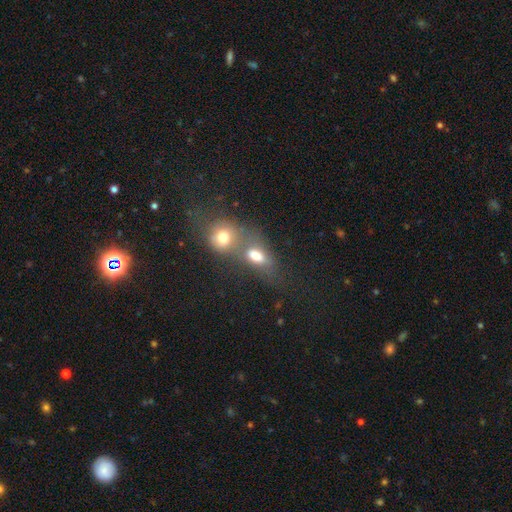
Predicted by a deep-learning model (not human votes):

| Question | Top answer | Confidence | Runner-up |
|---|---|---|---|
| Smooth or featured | smooth | 74% | featured or disk (14%) |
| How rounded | in between | 73% | round (23%) |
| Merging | merger | 61% | none (26%) |